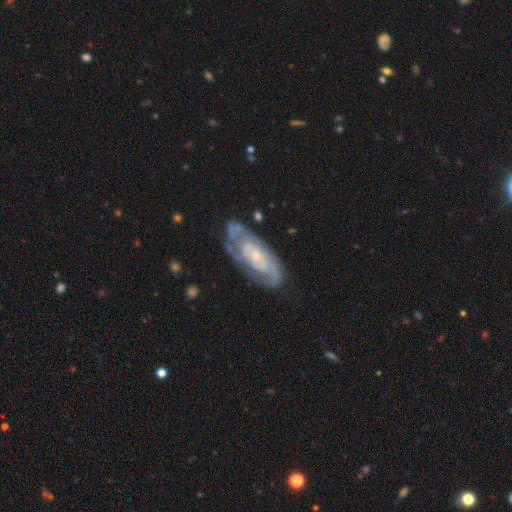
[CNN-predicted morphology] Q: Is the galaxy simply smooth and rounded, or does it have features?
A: featured or disk — 81%.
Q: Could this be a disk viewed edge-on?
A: no — 92%.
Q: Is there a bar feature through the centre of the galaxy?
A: no — 65%.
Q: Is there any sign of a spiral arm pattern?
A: yes — 90%.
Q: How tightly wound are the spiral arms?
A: tight — 61%.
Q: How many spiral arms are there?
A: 2 — 47%.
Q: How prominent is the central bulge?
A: small — 73%.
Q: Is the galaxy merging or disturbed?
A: none — 71%.